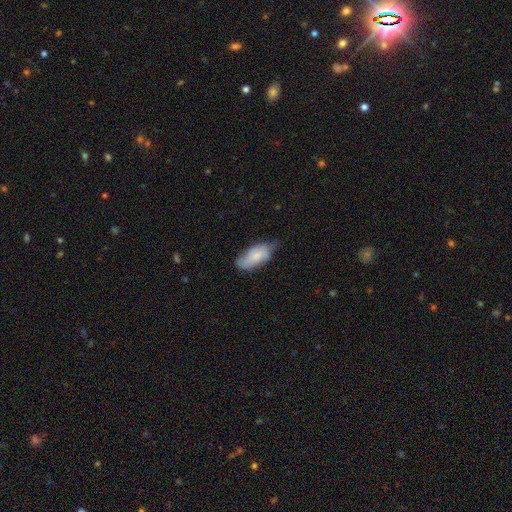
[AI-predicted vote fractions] This is likely a smooth galaxy (69%). How rounded: clearly in between (88%). Merging: possibly none (53%).